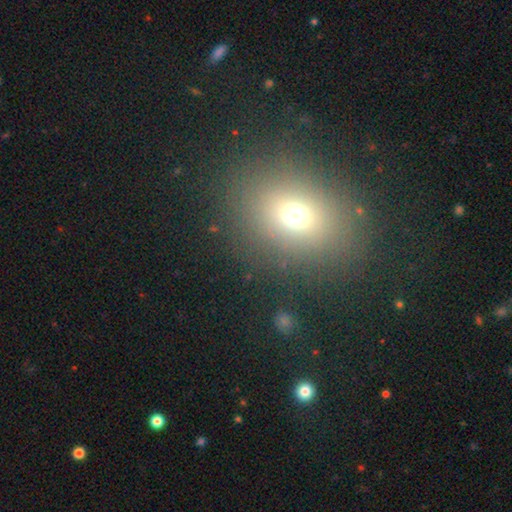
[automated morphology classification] A smooth galaxy with no disk features (68%) that is in between round and cigar-shaped (54%). Merging: none (86%).